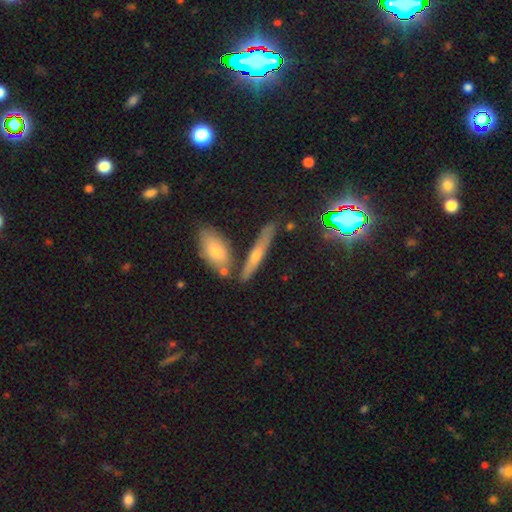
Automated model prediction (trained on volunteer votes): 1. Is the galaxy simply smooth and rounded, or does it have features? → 52% featured or disk, 30% smooth, 18% star or artifact.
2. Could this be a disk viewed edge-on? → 88% yes, 12% no.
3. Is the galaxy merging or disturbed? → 75% none, 13% merger, 10% minor disturbance, 3% major disturbance.